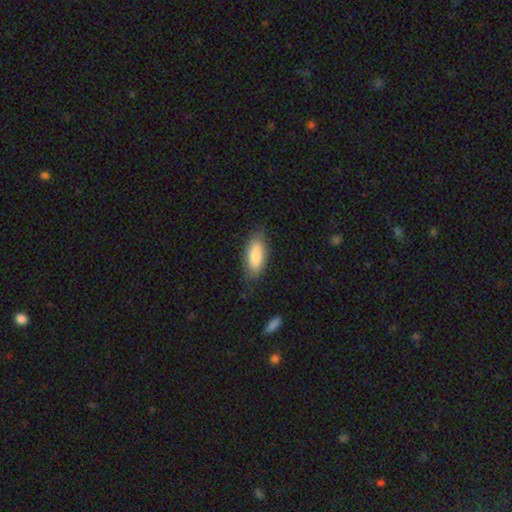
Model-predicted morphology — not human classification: This appears to be a smooth galaxy with no disk features (81%) that is in between round and cigar-shaped (80%). Merging: none (77%).